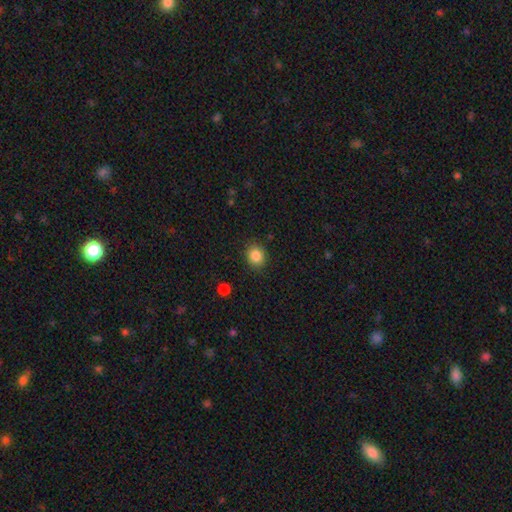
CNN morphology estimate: The model was most divided on "how rounded": round: 67%, in between: 32%, cigar-shaped: 1%. More confident: merging — none (87%); smooth or featured — smooth (86%).